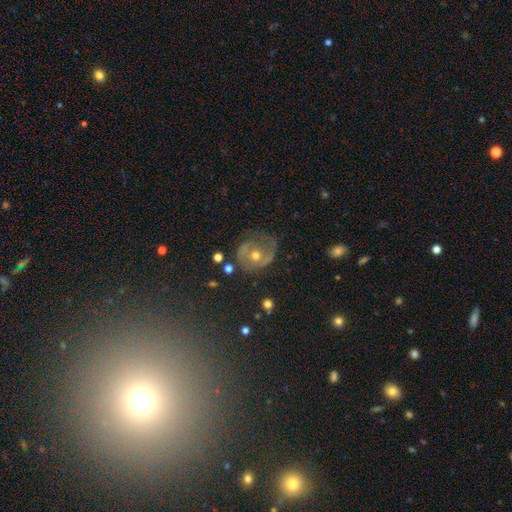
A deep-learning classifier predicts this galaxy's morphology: This is likely a featured or disk galaxy (63%). It is clearly not viewed edge-on (96%). Bar: likely no (74%). Spiral arm pattern: likely yes (66%). Central bulge: likely moderate (67%). Merging: possibly none (55%).